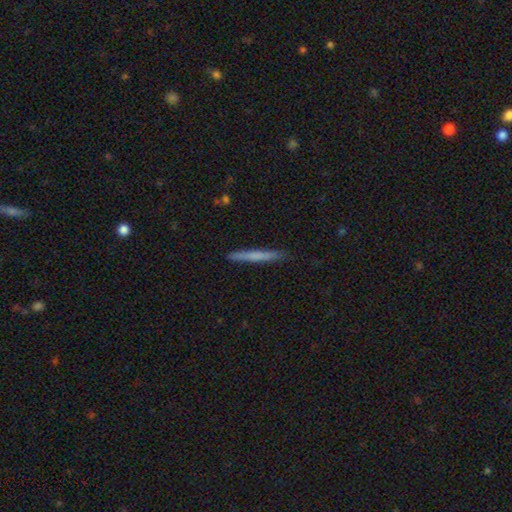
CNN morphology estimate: The model was most divided on "smooth or featured": smooth: 64%, featured or disk: 31%, star or artifact: 6%. More confident: how rounded — cigar-shaped (96%); merging — none (90%).